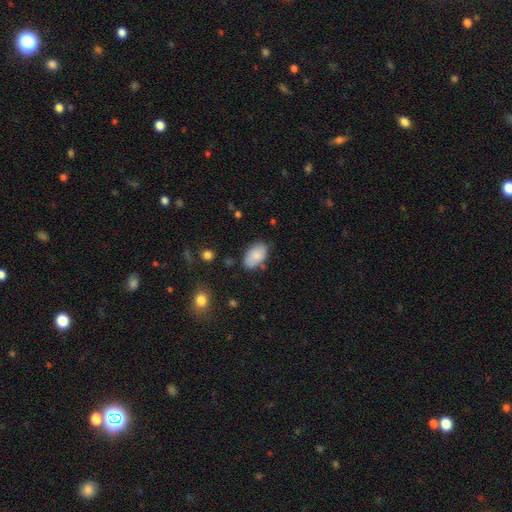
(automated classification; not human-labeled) A smooth galaxy with no disk features (85%) that is in between round and cigar-shaped (94%).

Vote fractions:
- Smooth or featured? smooth: 85% / featured or disk: 9% / star or artifact: 7%
- How rounded? in between: 94% / round: 5% / cigar-shaped: 1%
- Merging? none: 73% / minor disturbance: 19% / major disturbance: 4% / merger: 4%